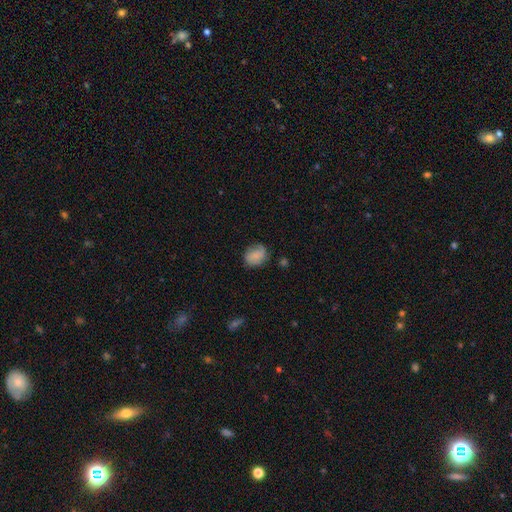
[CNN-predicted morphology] Smooth or featured? Predicted: smooth (p=0.74). How rounded? Predicted: in between (p=0.50). Merging? Predicted: none (p=0.67).